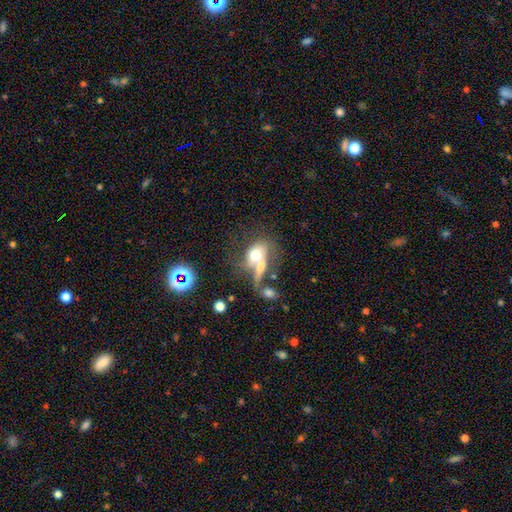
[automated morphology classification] Smooth or featured? smooth (61%)
How rounded? in between (67%)
Merging? merger (55%)